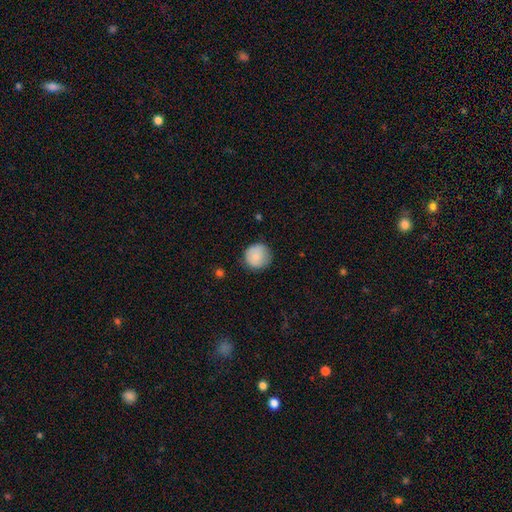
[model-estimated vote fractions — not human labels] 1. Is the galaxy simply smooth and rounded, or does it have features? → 87% smooth, 8% star or artifact, 6% featured or disk.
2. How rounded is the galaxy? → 93% round, 6% in between, 1% cigar-shaped.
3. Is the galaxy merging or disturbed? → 80% none, 15% minor disturbance, 3% major disturbance, 1% merger.